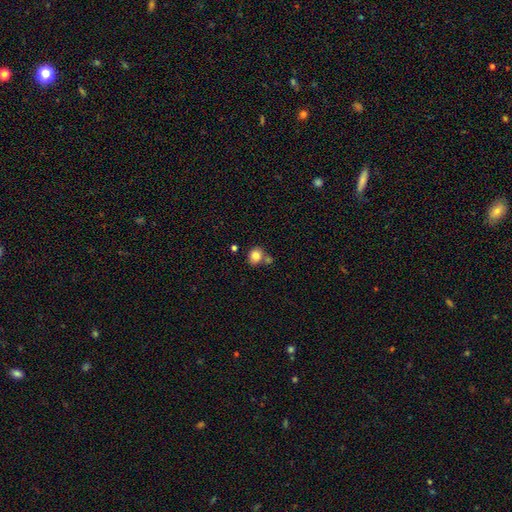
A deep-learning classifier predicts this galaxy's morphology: smooth 81%, star or artifact 10%, featured or disk 8%. Down the decision tree: how rounded — round (79%); merging — none (61%).